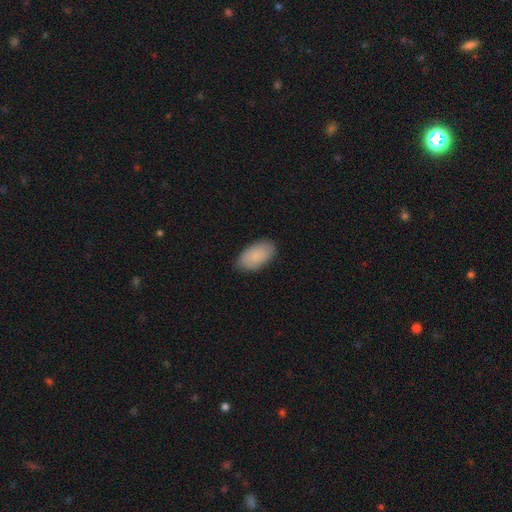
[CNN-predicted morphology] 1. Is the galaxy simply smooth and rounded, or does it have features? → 86% smooth, 8% featured or disk, 6% star or artifact.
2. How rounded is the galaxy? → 95% in between, 3% round, 2% cigar-shaped.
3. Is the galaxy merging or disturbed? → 84% none, 12% minor disturbance, 2% major disturbance, 1% merger.